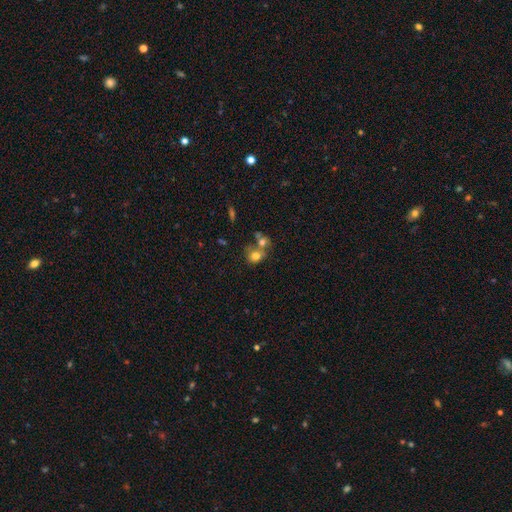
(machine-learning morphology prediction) Overall: smooth (74%). How rounded: round (66%; in between 33%). Merging: merger (51%; none 33%).